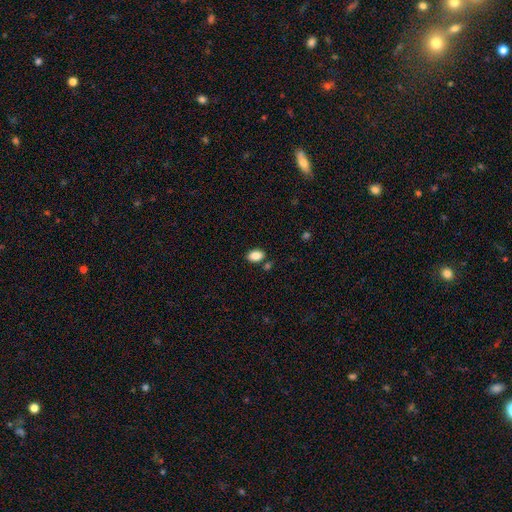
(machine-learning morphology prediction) A smooth galaxy with no disk features (86%) that is in between round and cigar-shaped (84%). Merging: none (80%).